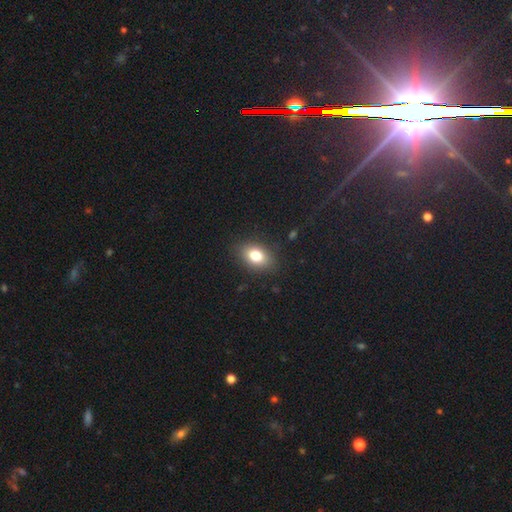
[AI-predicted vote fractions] Morphology: type=smooth (79%); roundness=in between (79%); merging=none (85%).